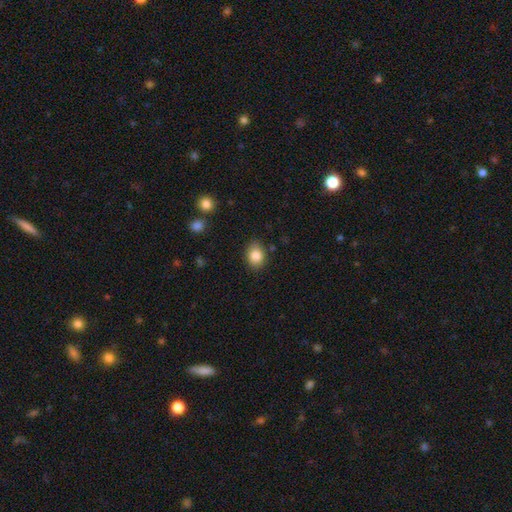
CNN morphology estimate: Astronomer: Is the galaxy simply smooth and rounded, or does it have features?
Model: smooth — 84%.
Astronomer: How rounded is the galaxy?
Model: in between — 61% (runner-up: round, 38%).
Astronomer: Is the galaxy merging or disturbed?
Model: none — 84%.